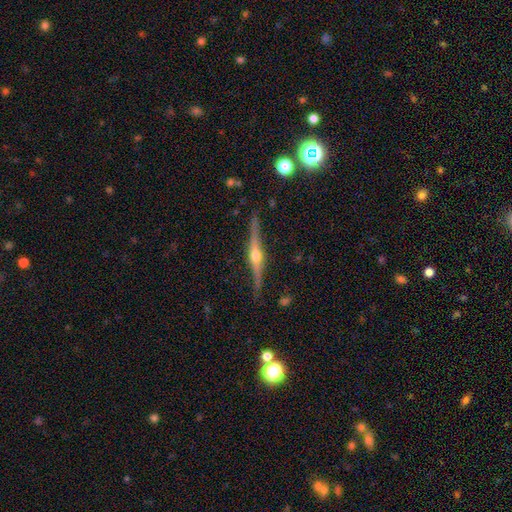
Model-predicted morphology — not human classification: Q: Smooth or featured?
A: featured or disk (85%); runner-up: smooth (9%)
Q: Edge-on disk?
A: yes (98%); runner-up: no (2%)
Q: Edge-on bulge?
A: rounded (94%); runner-up: boxy (4%)
Q: Merging?
A: none (87%); runner-up: minor disturbance (10%)